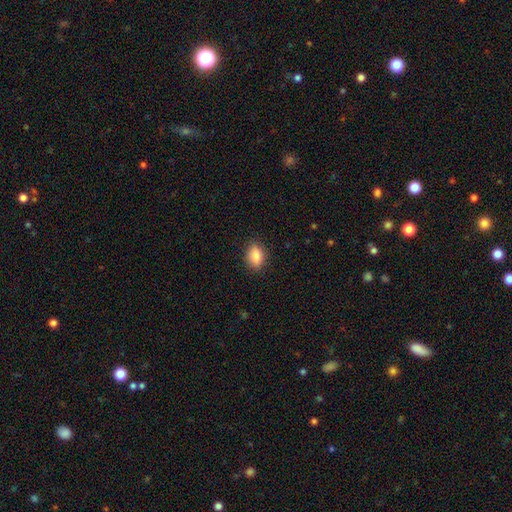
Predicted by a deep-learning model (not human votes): Smooth or featured?
  - smooth: 85% *
  - star or artifact: 8%
  - featured or disk: 7%
How rounded?
  - in between: 83% *
  - round: 14%
  - cigar-shaped: 3%
Merging?
  - none: 87% *
  - minor disturbance: 10%
  - major disturbance: 2%
  - merger: 1%